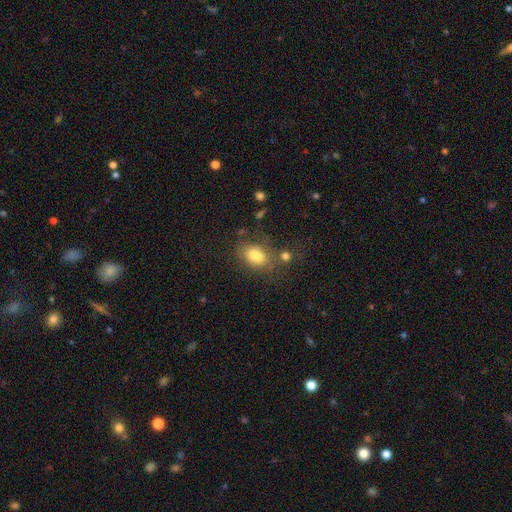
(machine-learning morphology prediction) Smooth or featured? smooth (80%)
How rounded? in between (84%)
Merging? none (57%)